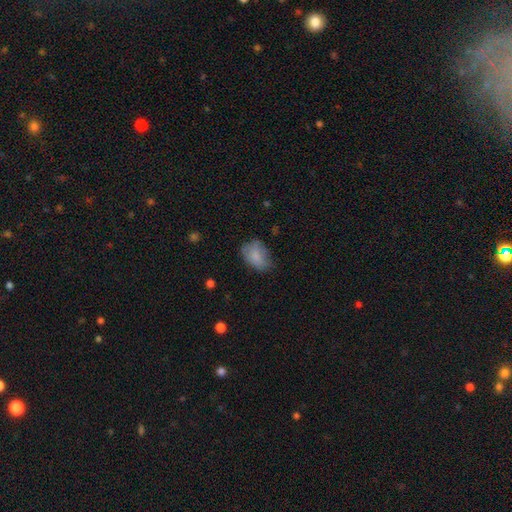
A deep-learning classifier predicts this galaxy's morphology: Overall: smooth (80%). How rounded: in between (83%). Merging: none (59%; minor disturbance 29%).